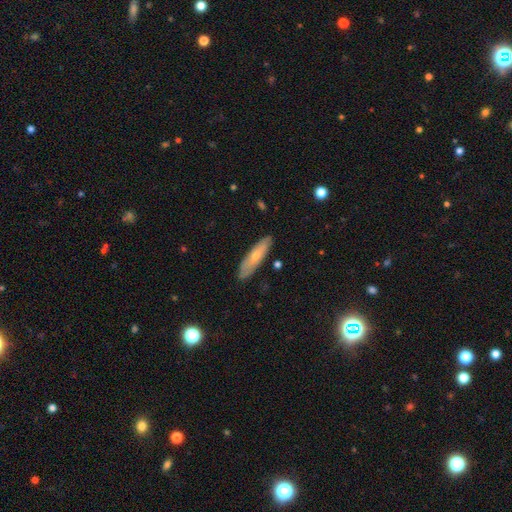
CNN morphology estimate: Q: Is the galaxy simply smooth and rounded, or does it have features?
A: smooth — 57%.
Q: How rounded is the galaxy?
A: cigar-shaped — 71%.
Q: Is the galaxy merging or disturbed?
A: none — 84%.